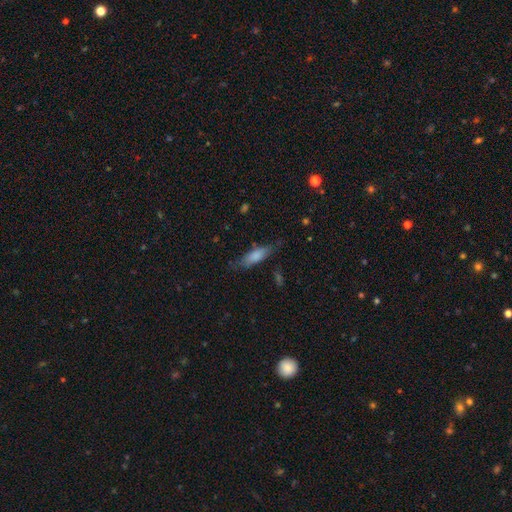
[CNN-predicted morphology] Q: Smooth or featured?
A: smooth (78%); runner-up: featured or disk (16%)
Q: How rounded?
A: in between (54%); runner-up: cigar-shaped (44%)
Q: Merging?
A: none (68%); runner-up: minor disturbance (23%)